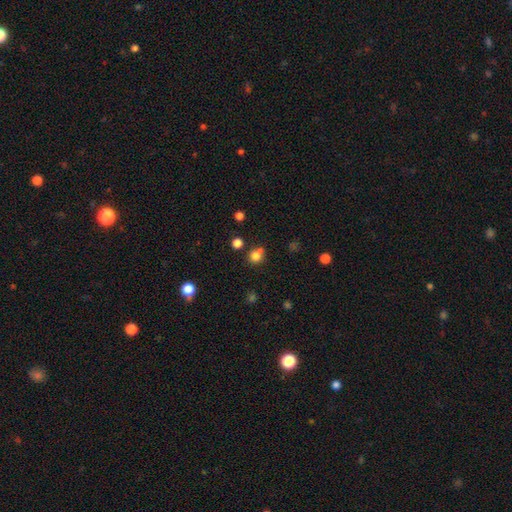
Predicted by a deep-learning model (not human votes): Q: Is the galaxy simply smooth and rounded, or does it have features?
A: smooth — 78%.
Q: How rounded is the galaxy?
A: round — 89%.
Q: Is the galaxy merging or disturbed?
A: none — 66%.